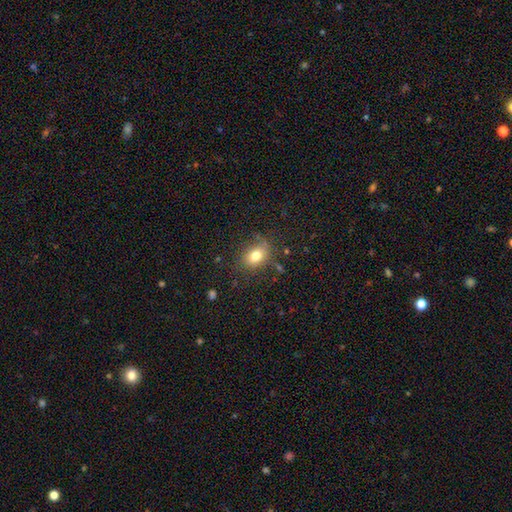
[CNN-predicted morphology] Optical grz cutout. It shows a smooth galaxy with no disk features (79%) that is in between round and cigar-shaped (68%). Merging: none (76%).